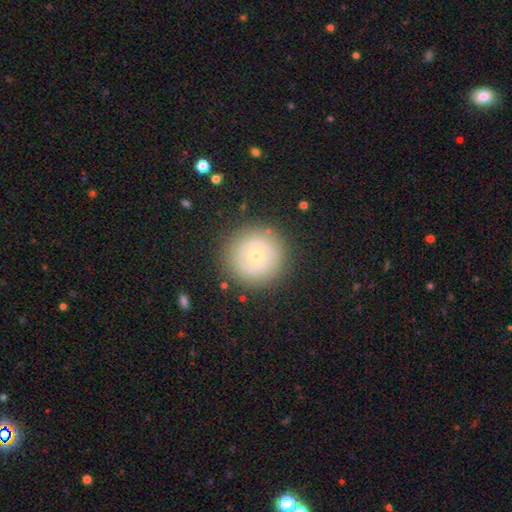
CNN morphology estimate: Smooth or featured? featured or disk (51%)
Edge-on disk? no (97%)
Merging? none (87%)